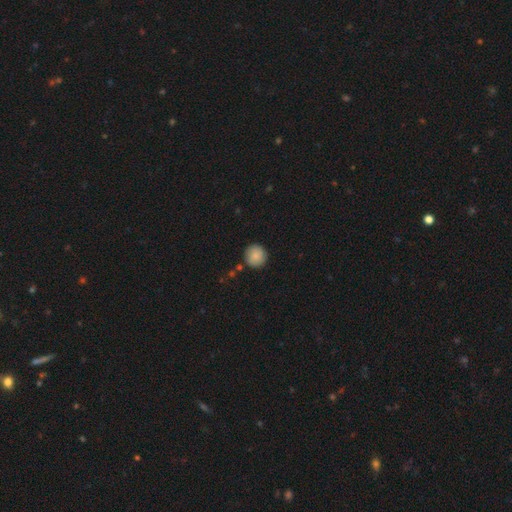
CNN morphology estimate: Smooth or featured?
  - smooth: 88% *
  - star or artifact: 7%
  - featured or disk: 5%
How rounded?
  - round: 94% *
  - in between: 5%
  - cigar-shaped: 1%
Merging?
  - none: 87% *
  - minor disturbance: 8%
  - merger: 3%
  - major disturbance: 2%